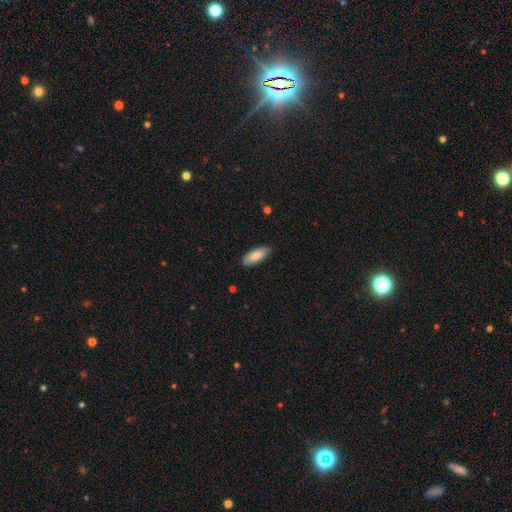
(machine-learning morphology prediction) This appears to be a smooth galaxy with no disk features (83%) that is in between round and cigar-shaped (81%). Merging: none (85%).